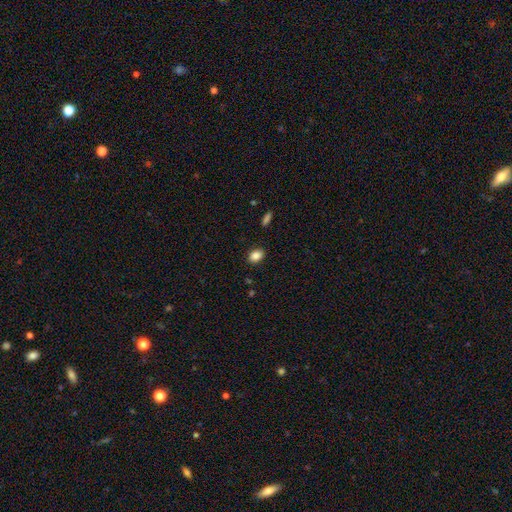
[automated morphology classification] type=smooth (86%); roundness=in between (73%); merging=none (88%).